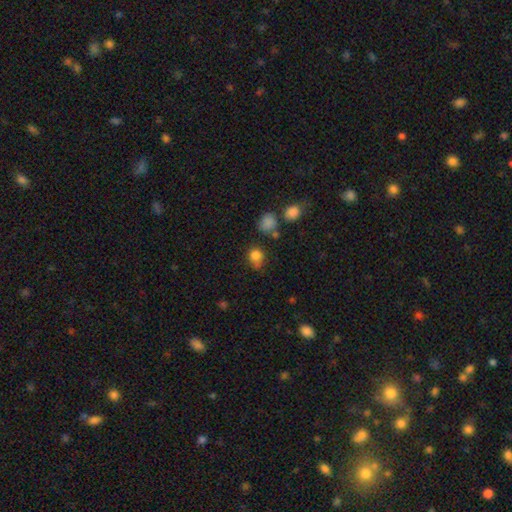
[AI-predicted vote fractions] smooth_or_featured: smooth (p=0.82) [alt: star or artifact p=0.12]
how_rounded: round (p=0.79) [alt: in between p=0.20]
merging: none (p=0.64) [alt: minor disturbance p=0.20]